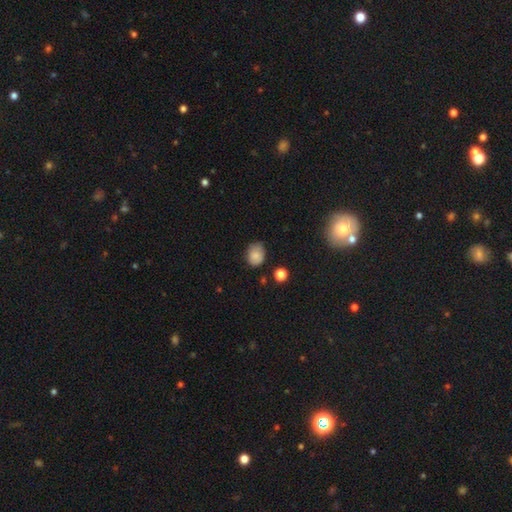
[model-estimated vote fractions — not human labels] This is clearly a smooth galaxy (83%). How rounded: possibly round (51%). Merging: likely none (69%).